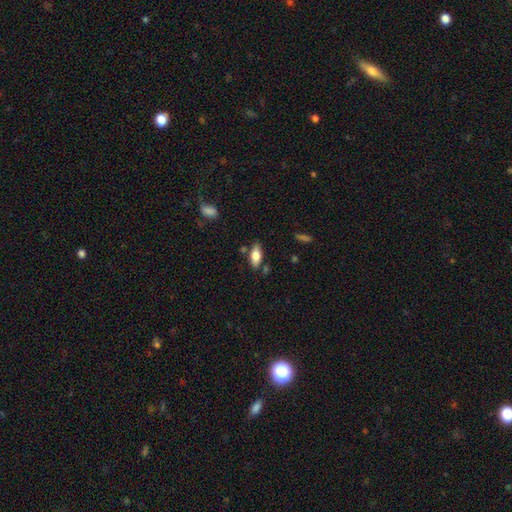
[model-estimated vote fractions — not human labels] Smooth or featured? smooth (76%)
How rounded? in between (85%)
Merging? none (79%)